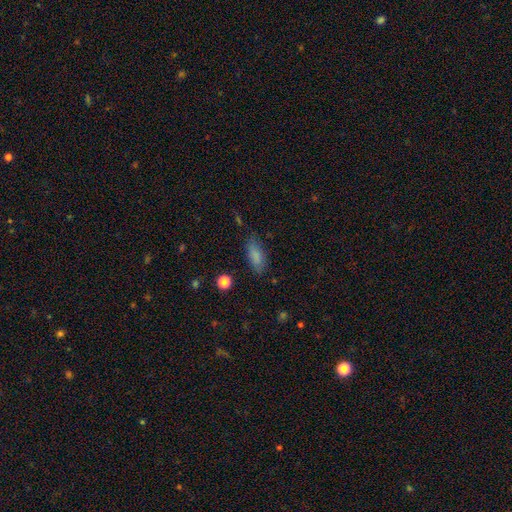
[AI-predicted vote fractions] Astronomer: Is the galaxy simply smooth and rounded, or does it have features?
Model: smooth — 83%.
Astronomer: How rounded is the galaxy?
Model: in between — 76%.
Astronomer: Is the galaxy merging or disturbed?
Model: none — 78%.